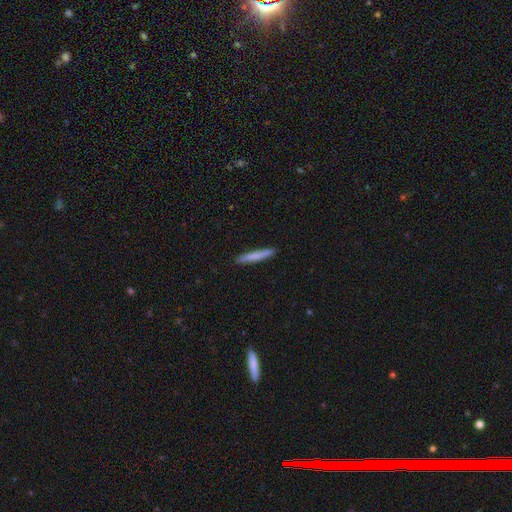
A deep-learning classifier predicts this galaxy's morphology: Q: Smooth or featured?
A: smooth (77%); runner-up: featured or disk (17%)
Q: How rounded?
A: cigar-shaped (96%); runner-up: in between (3%)
Q: Merging?
A: none (91%); runner-up: minor disturbance (6%)